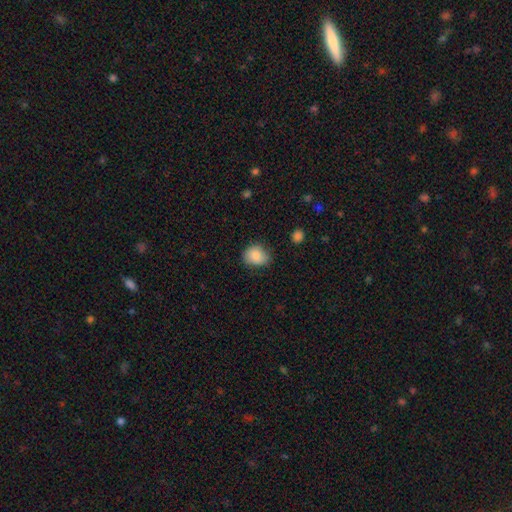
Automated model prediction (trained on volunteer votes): Smooth or featured: smooth — 85% (star or artifact — 8%)
How rounded: round — 59% (in between — 40%)
Merging: none — 72% (minor disturbance — 22%)